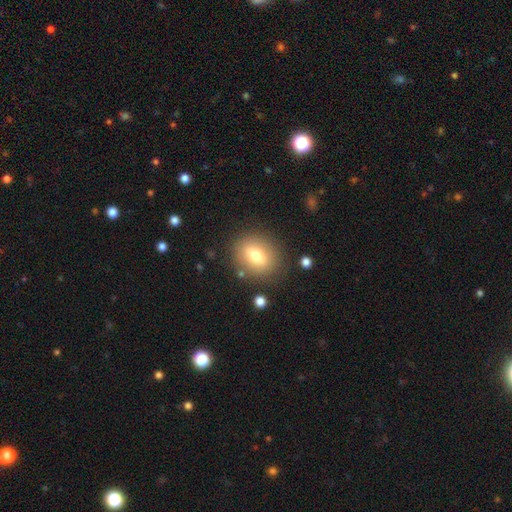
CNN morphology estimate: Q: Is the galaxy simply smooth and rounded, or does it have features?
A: smooth — 72%.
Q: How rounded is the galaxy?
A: in between — 51%.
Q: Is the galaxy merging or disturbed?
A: none — 82%.